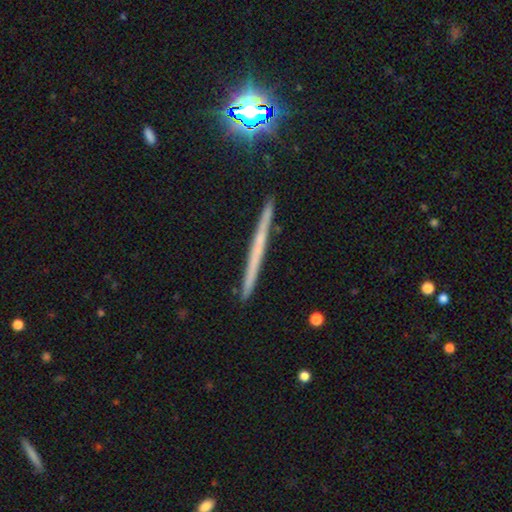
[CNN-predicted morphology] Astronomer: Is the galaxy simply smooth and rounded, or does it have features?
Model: featured or disk — 53% (runner-up: smooth, 36%).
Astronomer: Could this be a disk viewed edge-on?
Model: yes — 97%.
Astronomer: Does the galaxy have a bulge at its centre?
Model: none — 87%.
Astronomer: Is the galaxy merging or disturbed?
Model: none — 90%.